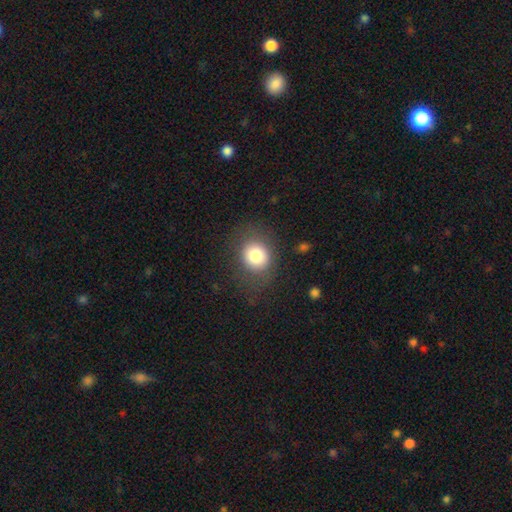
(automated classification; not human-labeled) Smooth or featured?
  - smooth: 80% *
  - star or artifact: 10%
  - featured or disk: 10%
How rounded?
  - round: 72% *
  - in between: 27%
  - cigar-shaped: 1%
Merging?
  - none: 78% *
  - minor disturbance: 13%
  - major disturbance: 8%
  - merger: 1%